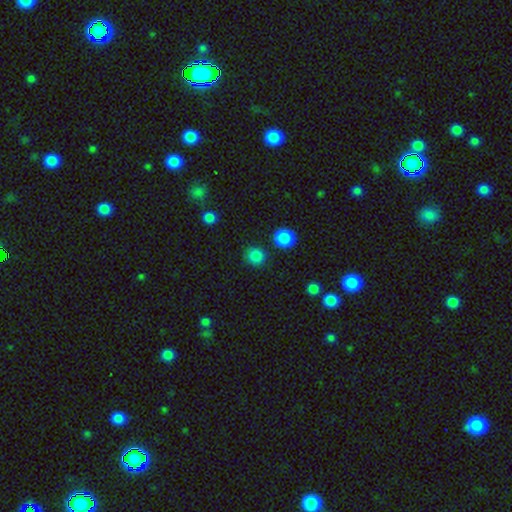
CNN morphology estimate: Smooth or featured? smooth (85%)
How rounded? round (89%)
Merging? none (86%)